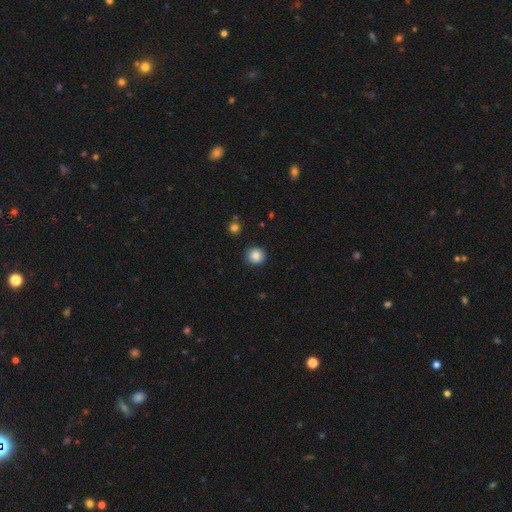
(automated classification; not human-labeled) smooth_or_featured: smooth (p=0.86) [alt: star or artifact p=0.10]
how_rounded: round (p=0.92) [alt: in between p=0.07]
merging: none (p=0.90) [alt: minor disturbance p=0.07]